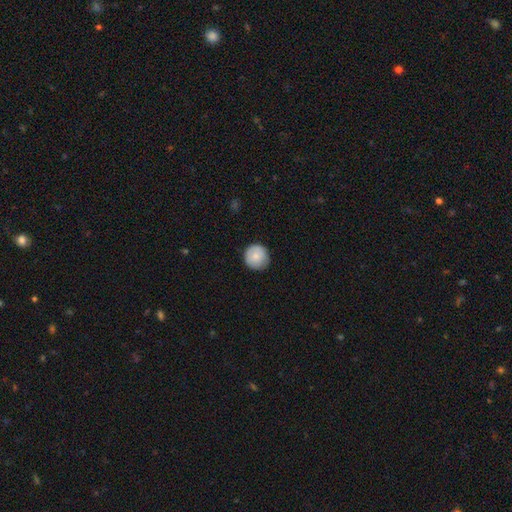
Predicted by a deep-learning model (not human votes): Overall: smooth (81%). How rounded: round (95%). Merging: none (87%).